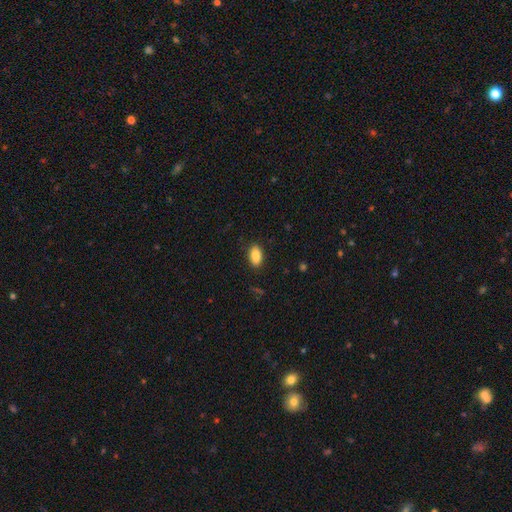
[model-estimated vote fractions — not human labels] Overall: smooth (88%). How rounded: in between (91%). Merging: none (87%).